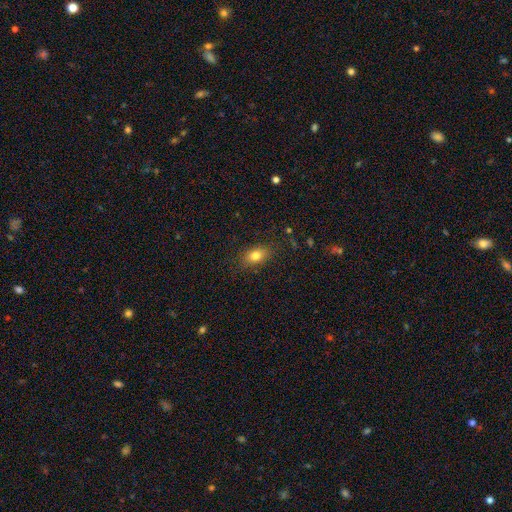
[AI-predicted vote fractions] The model was most divided on "how rounded": in between: 79%, round: 19%, cigar-shaped: 3%. More confident: merging — none (84%); smooth or featured — smooth (80%).